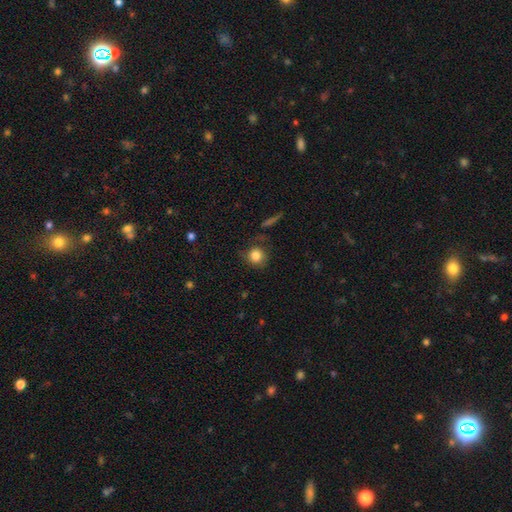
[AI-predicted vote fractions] This is clearly a smooth galaxy (82%). How rounded: clearly round (87%). Merging: likely none (72%).